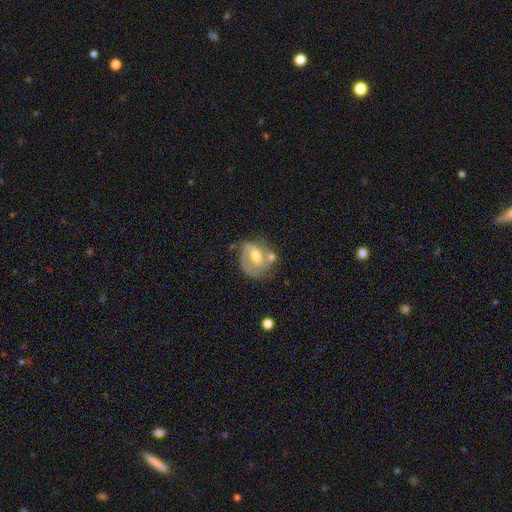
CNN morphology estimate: This is likely a featured or disk galaxy (65%). It is clearly not viewed edge-on (97%). Bar: marginally weak (44%). Spiral arm pattern: likely yes (68%). Central bulge: likely moderate (69%). Merging: marginally none (40%).